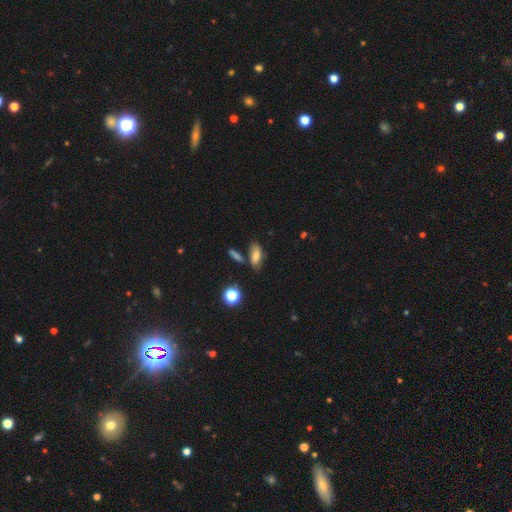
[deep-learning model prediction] smooth_or_featured: smooth (p=0.73) [alt: featured or disk p=0.15]
how_rounded: in between (p=0.78) [alt: cigar-shaped p=0.16]
merging: none (p=0.69) [alt: minor disturbance p=0.17]